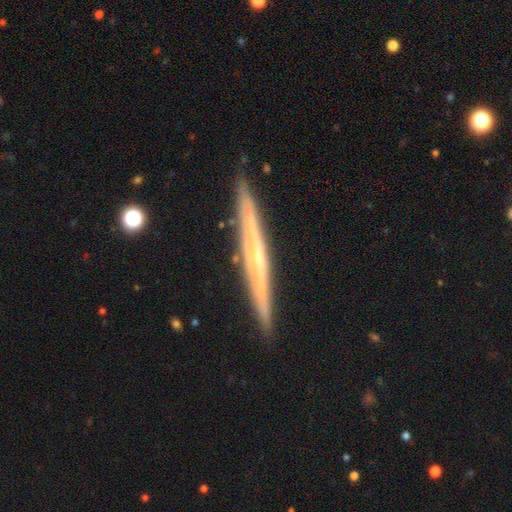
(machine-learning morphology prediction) featured or disk 72%, smooth 22%, star or artifact 6%. Down the decision tree: edge-on disk — yes (97%); edge-on bulge — none (57%); merging — none (90%).